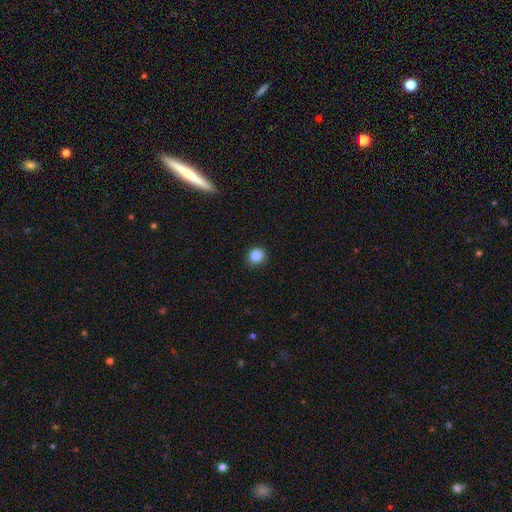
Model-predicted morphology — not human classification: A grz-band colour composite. It shows a smooth galaxy with no disk features (86%) that is round (77%). Merging: none (81%).